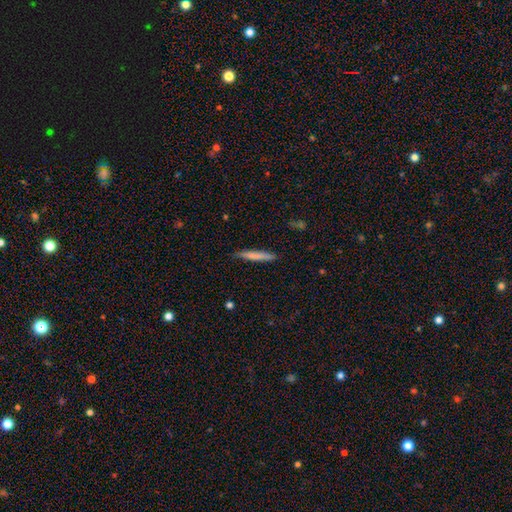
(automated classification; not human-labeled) smooth-or-featured: smooth: 72% | featured or disk: 22% | star or artifact: 6%
  how-rounded: cigar-shaped: 95% | in between: 4% | round: 1%
  merging: none: 86% | minor disturbance: 11% | major disturbance: 2% | merger: 1%